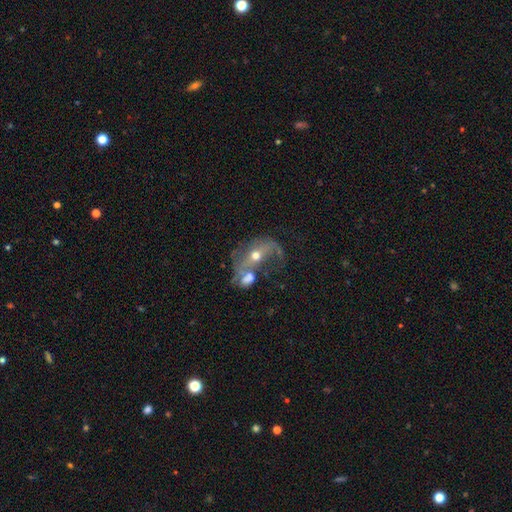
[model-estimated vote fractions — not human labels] Overall: featured or disk (68%). Edge-on disk: no (94%). Bar: no (53%; weak 29%). Spiral arms: yes (68%; no 32%). Bulge size: moderate (66%). Merging: merger (41%; major disturbance 23%).